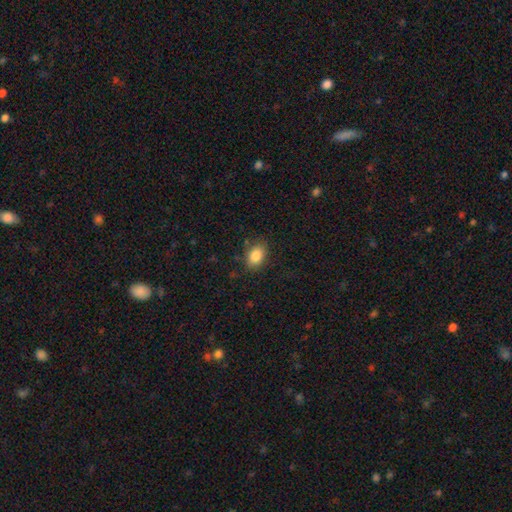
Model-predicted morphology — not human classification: This appears to be a smooth galaxy with no disk features (84%) that is in between round and cigar-shaped (80%). Merging: none (83%).